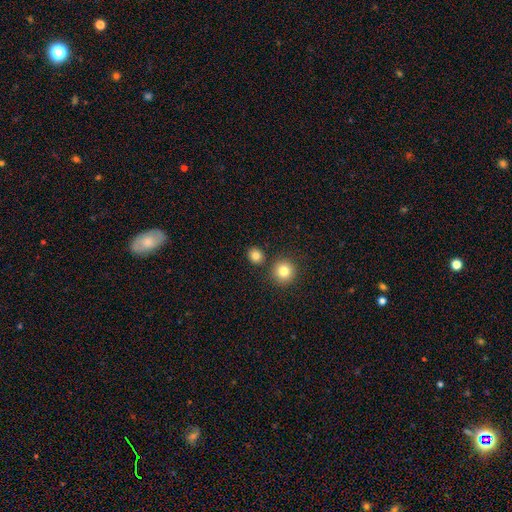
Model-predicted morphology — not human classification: A smooth galaxy with no disk features (82%) that is round (83%).

Vote fractions:
- Smooth or featured? smooth: 82% / star or artifact: 12% / featured or disk: 6%
- How rounded? round: 83% / in between: 16% / cigar-shaped: 1%
- Merging? none: 82% / merger: 8% / minor disturbance: 7% / major disturbance: 2%